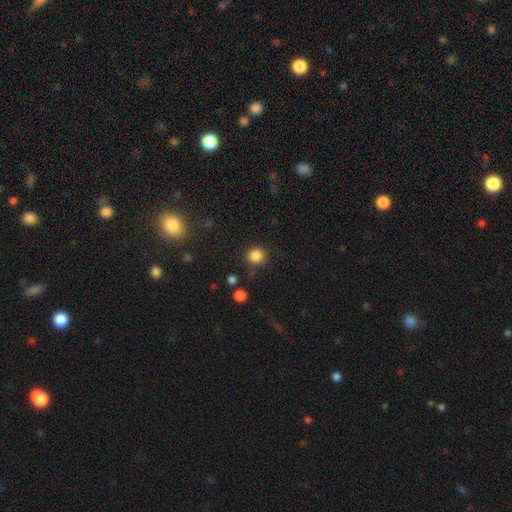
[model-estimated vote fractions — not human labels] Q: Smooth or featured?
A: smooth (84%); runner-up: star or artifact (12%)
Q: How rounded?
A: round (90%); runner-up: in between (9%)
Q: Merging?
A: none (84%); runner-up: minor disturbance (10%)